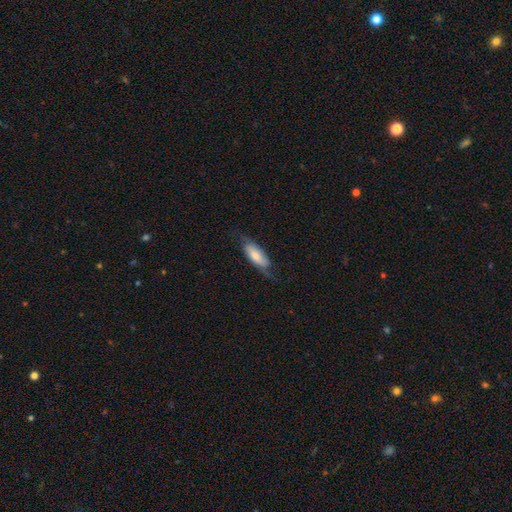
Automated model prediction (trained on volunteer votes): A smooth galaxy with no disk features (54%) that is in between round and cigar-shaped (74%).

Vote fractions:
- Smooth or featured? smooth: 54% / featured or disk: 40% / star or artifact: 6%
- How rounded? in between: 74% / cigar-shaped: 23% / round: 2%
- Merging? none: 61% / minor disturbance: 26% / major disturbance: 12% / merger: 1%